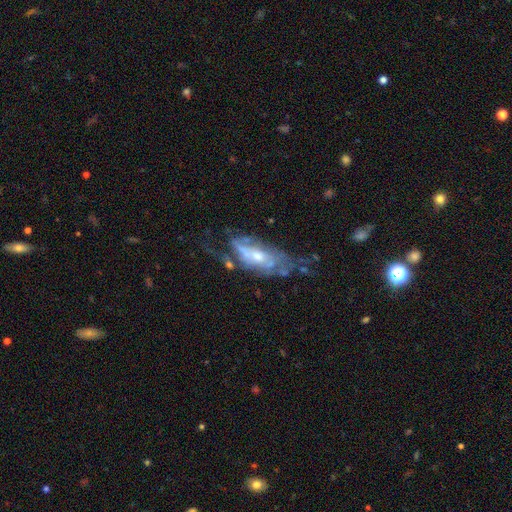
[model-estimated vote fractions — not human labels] A featured or disk galaxy (74%) with no bar (66%), spiral arms (68%) and a moderate central bulge (55%).

Vote fractions:
- Smooth or featured? featured or disk: 74% / smooth: 19% / star or artifact: 7%
- Edge-on disk? no: 86% / yes: 14%
- Bar? no: 66% / weak: 27% / strong: 7%
- Spiral arms? yes: 68% / no: 32%
- Bulge size? moderate: 55% / small: 33% / large: 7% / none: 4% / dominant: 1%
- Merging? none: 40% / major disturbance: 28% / minor disturbance: 25% / merger: 7%